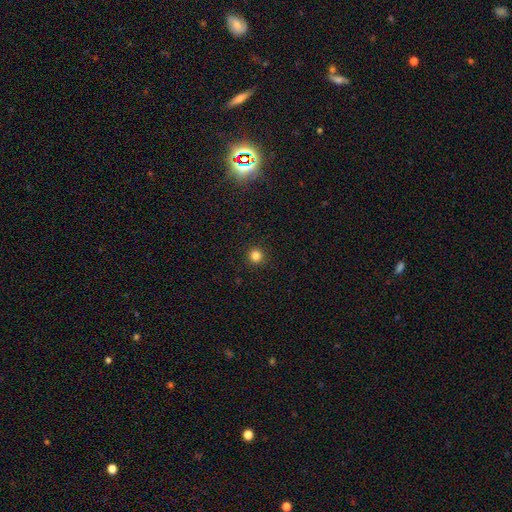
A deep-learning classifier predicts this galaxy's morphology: type=smooth (83%); roundness=round (95%); merging=none (92%).